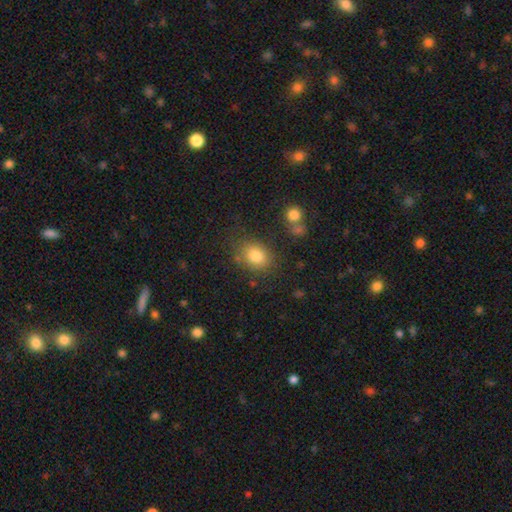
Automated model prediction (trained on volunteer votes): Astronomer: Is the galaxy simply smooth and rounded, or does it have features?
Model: smooth — 81%.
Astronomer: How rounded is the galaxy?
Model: in between — 56% (runner-up: round, 43%).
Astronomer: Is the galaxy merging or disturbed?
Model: none — 75%.